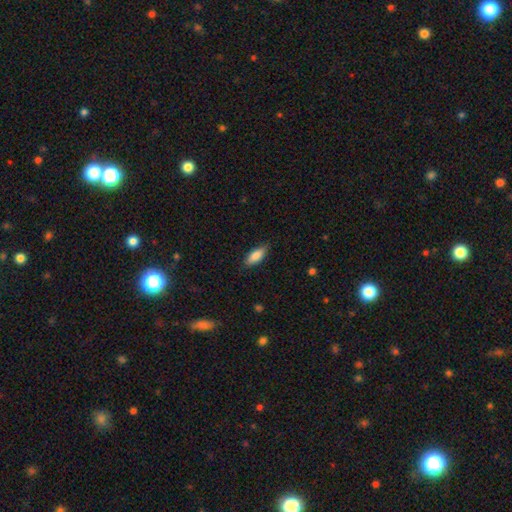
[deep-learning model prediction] A smooth galaxy with no disk features (84%) that is in between round and cigar-shaped (76%). Merging: none (84%).